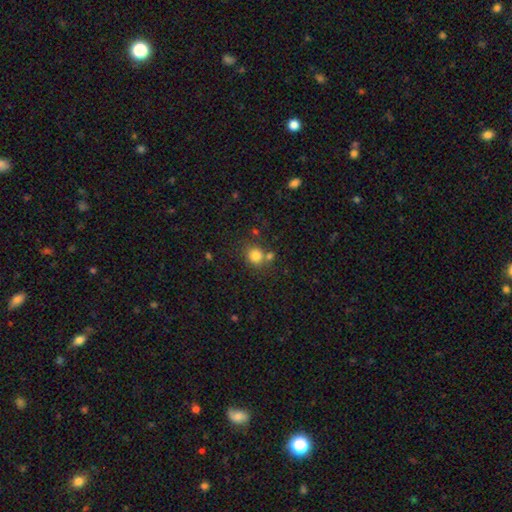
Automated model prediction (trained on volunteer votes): Smooth or featured: smooth — 80% (star or artifact — 12%)
How rounded: round — 85% (in between — 15%)
Merging: none — 65% (merger — 21%)